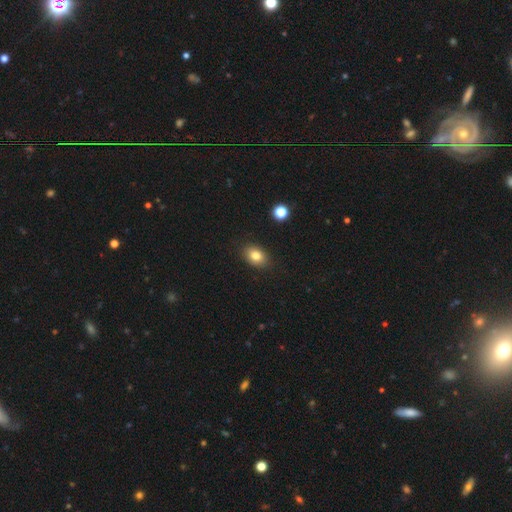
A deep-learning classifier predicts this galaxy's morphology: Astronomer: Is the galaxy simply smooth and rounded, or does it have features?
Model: smooth — 81%.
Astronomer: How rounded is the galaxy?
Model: in between — 74%.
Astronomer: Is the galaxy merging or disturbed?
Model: none — 87%.